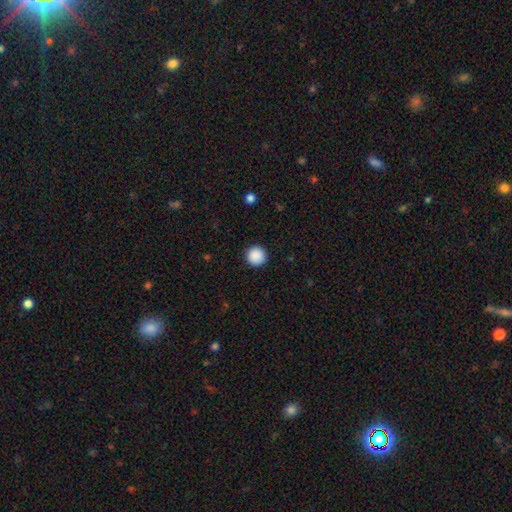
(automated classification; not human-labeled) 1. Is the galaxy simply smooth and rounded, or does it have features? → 89% smooth, 9% star or artifact, 2% featured or disk.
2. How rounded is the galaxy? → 96% round, 3% in between, 1% cigar-shaped.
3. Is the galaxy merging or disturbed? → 93% none, 5% minor disturbance, 2% major disturbance, 1% merger.